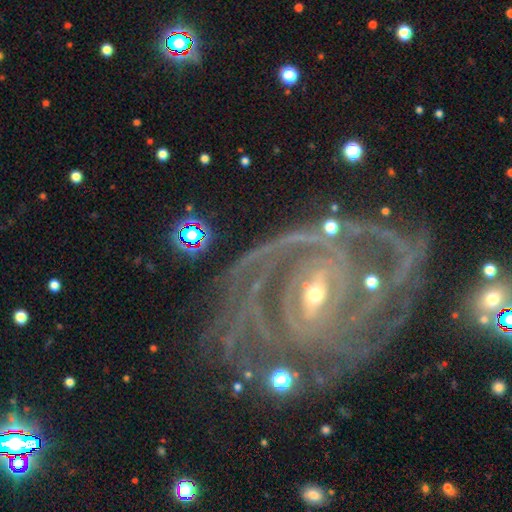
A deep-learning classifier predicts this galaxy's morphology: Smooth or featured? Predicted: featured or disk (p=0.89). Edge-on disk? Predicted: no (p=0.97). Bar? Predicted: weak (p=0.40). Spiral arms? Predicted: yes (p=0.97). Spiral winding? Predicted: tight (p=0.67). Spiral arm count? Predicted: 2 (p=0.24). Bulge size? Predicted: small (p=0.70). Merging? Predicted: none (p=0.63).